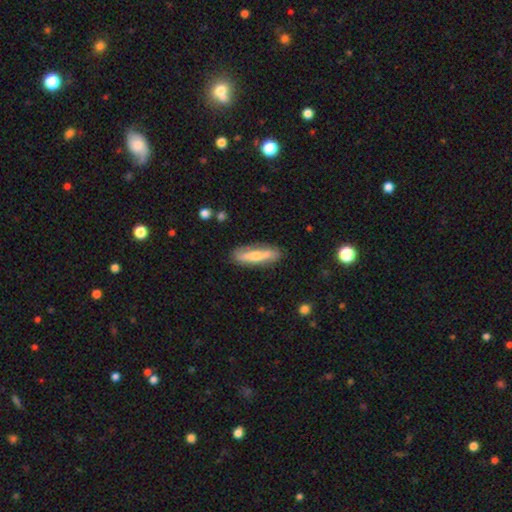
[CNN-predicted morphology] smooth-or-featured: featured or disk: 50% | smooth: 42% | star or artifact: 7%
  disk-edge-on: yes: 62% | no: 38%
  merging: none: 81% | minor disturbance: 13% | merger: 3% | major disturbance: 3%